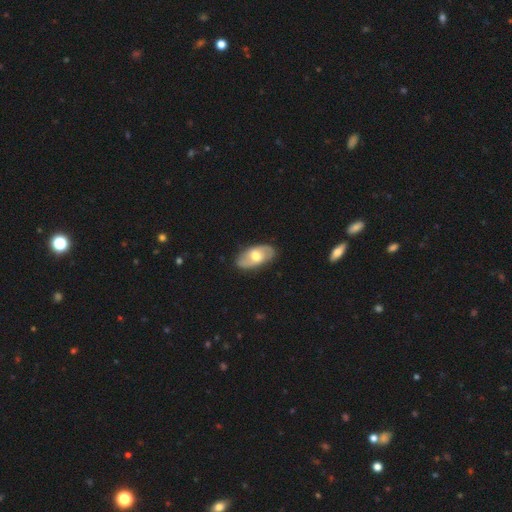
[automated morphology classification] Smooth or featured? Predicted: featured or disk (p=0.55). Edge-on disk? Predicted: no (p=0.90). Merging? Predicted: none (p=0.83).